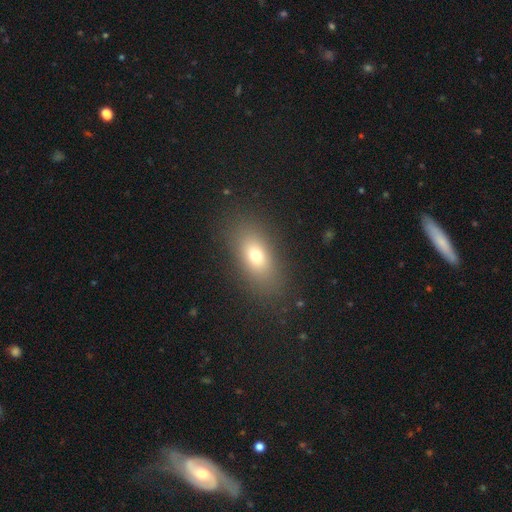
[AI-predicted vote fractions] This appears to be a smooth galaxy with no disk features (71%) that is in between round and cigar-shaped (80%). Merging: none (85%).